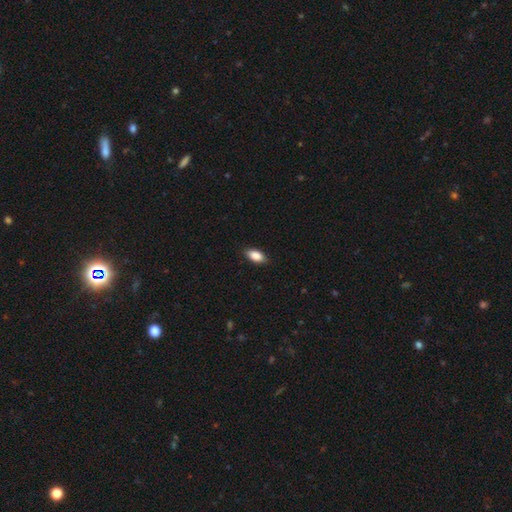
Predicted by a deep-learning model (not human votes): A smooth galaxy with no disk features (86%) that is in between round and cigar-shaped (90%). Merging: none (87%).